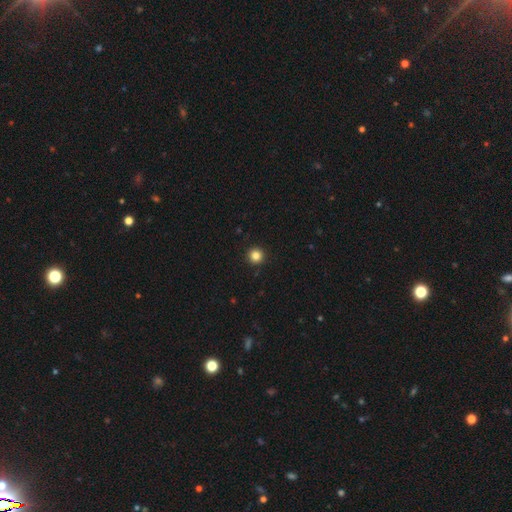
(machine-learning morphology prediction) type=smooth (83%); roundness=round (96%); merging=none (93%).